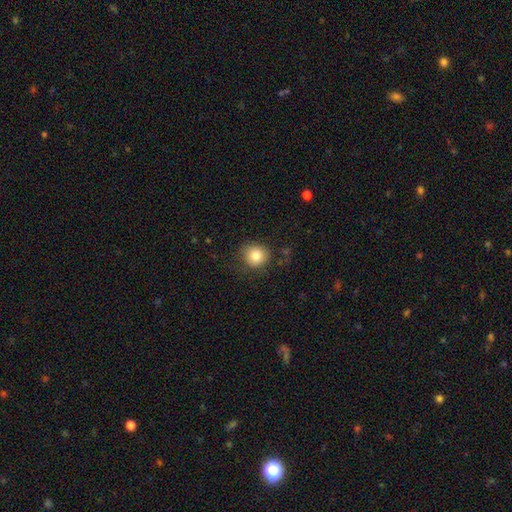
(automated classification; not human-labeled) Smooth or featured? Predicted: smooth (p=0.84). How rounded? Predicted: round (p=0.89). Merging? Predicted: none (p=0.81).